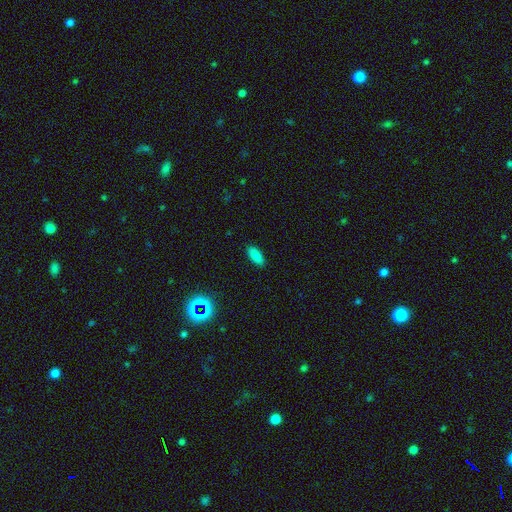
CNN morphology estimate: This appears to be a smooth galaxy with no disk features (84%) that is in between round and cigar-shaped (82%). Merging: none (88%).